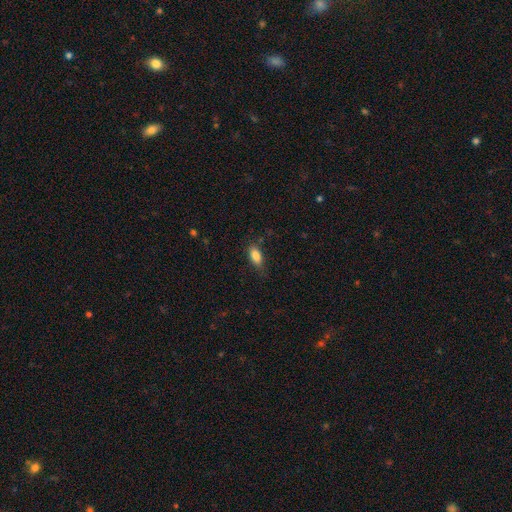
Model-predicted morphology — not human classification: type=smooth (84%); roundness=in between (84%); merging=none (75%).